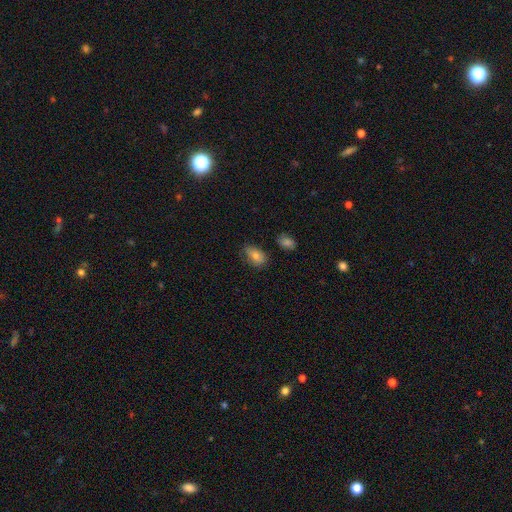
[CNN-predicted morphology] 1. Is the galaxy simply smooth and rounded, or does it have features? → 75% smooth, 13% featured or disk, 11% star or artifact.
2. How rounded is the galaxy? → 88% in between, 10% round, 2% cigar-shaped.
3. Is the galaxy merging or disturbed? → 71% none, 22% minor disturbance, 5% major disturbance, 3% merger.